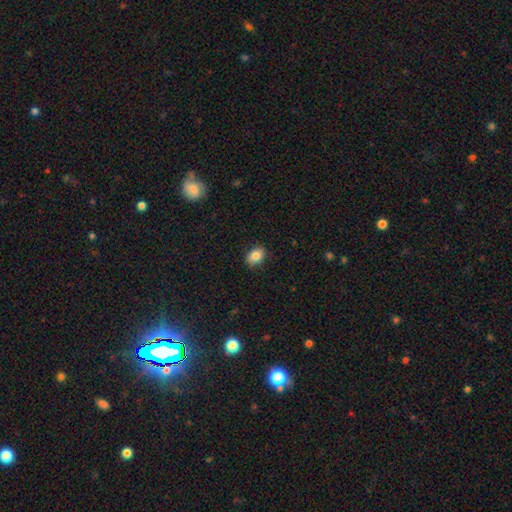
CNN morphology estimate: smooth_or_featured: smooth (p=0.83) [alt: star or artifact p=0.09]
how_rounded: in between (p=0.62) [alt: round p=0.36]
merging: none (p=0.81) [alt: minor disturbance p=0.15]